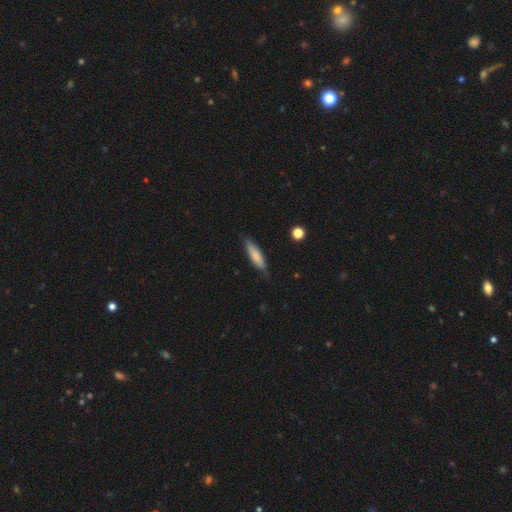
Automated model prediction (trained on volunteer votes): Overall: smooth (78%). How rounded: cigar-shaped (67%; in between 31%). Merging: none (77%).